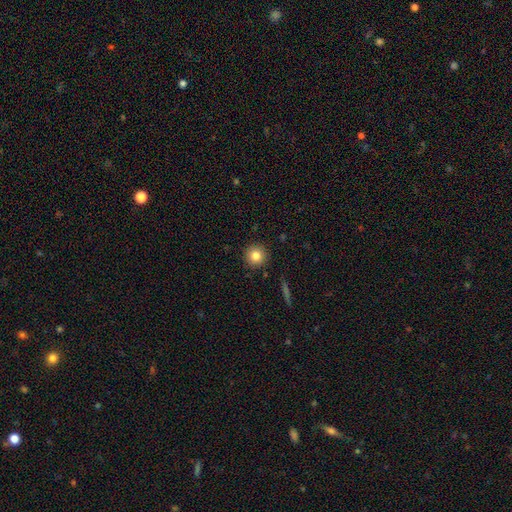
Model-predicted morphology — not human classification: smooth-or-featured: smooth: 82% | star or artifact: 10% | featured or disk: 8%
  how-rounded: round: 95% | in between: 4% | cigar-shaped: 1%
  merging: none: 91% | minor disturbance: 6% | major disturbance: 2% | merger: 1%